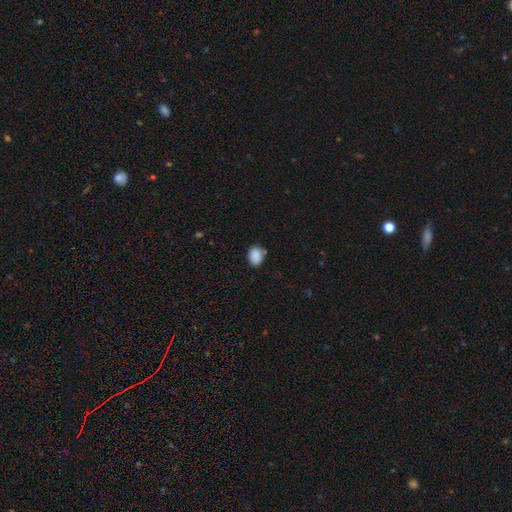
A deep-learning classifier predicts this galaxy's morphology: Overall: smooth (88%). How rounded: in between (69%; round 30%). Merging: none (73%).